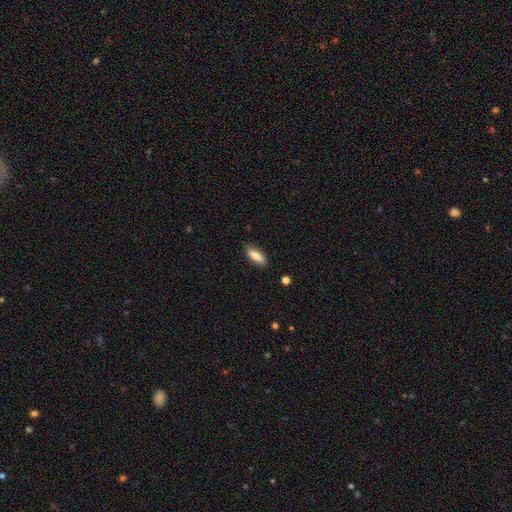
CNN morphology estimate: Q: Smooth or featured?
A: smooth (81%); runner-up: featured or disk (12%)
Q: How rounded?
A: in between (66%); runner-up: cigar-shaped (31%)
Q: Merging?
A: none (82%); runner-up: minor disturbance (14%)